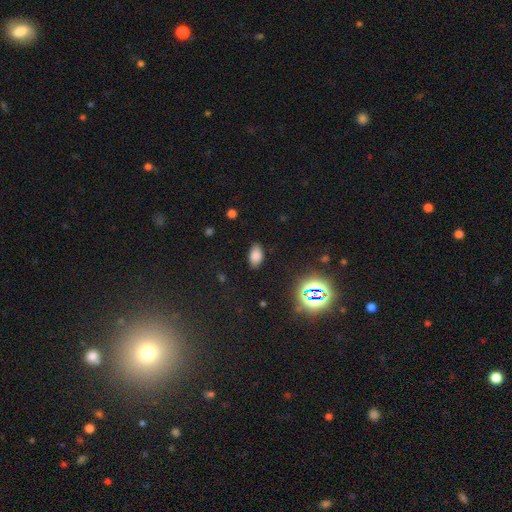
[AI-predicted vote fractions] Q: Smooth or featured?
A: smooth (77%); runner-up: star or artifact (17%)
Q: How rounded?
A: in between (92%); runner-up: round (6%)
Q: Merging?
A: none (82%); runner-up: minor disturbance (13%)